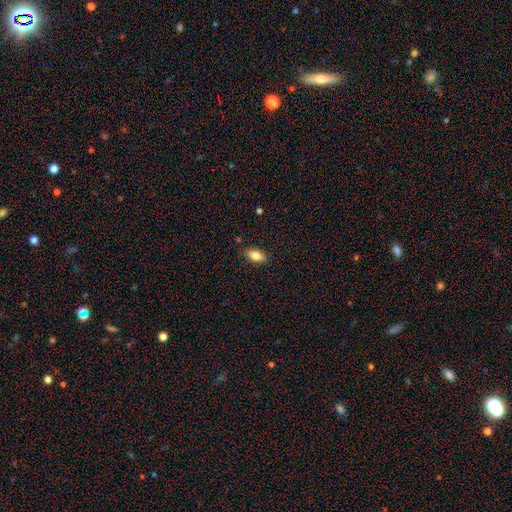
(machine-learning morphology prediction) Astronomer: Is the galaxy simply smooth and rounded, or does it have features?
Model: smooth — 82%.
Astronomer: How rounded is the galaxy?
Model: in between — 89%.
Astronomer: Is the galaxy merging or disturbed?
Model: none — 87%.